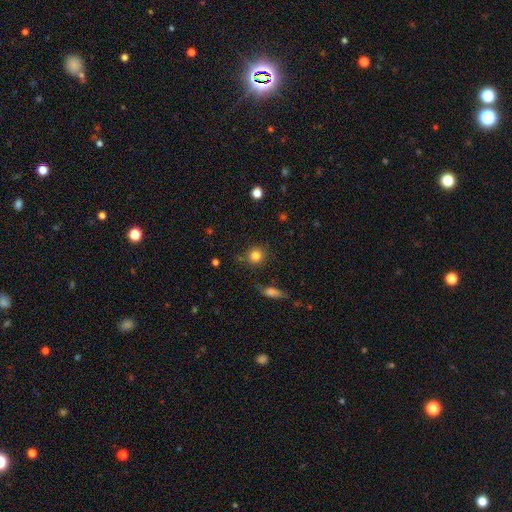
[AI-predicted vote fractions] smooth-or-featured: smooth: 82% | star or artifact: 11% | featured or disk: 6%
  how-rounded: round: 89% | in between: 10% | cigar-shaped: 1%
  merging: none: 79% | minor disturbance: 13% | major disturbance: 4% | merger: 4%